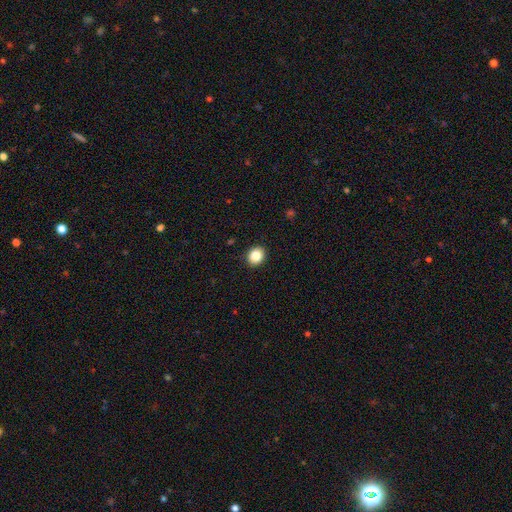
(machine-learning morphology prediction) smooth_or_featured: smooth (p=0.86) [alt: star or artifact p=0.09]
how_rounded: round (p=0.69) [alt: in between p=0.30]
merging: none (p=0.92) [alt: minor disturbance p=0.06]